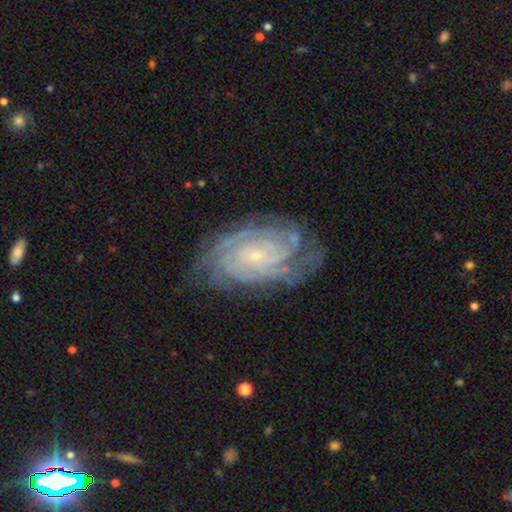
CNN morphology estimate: Smooth or featured: featured or disk — 87% (smooth — 7%)
Edge-on disk: no — 96% (yes — 4%)
Bar: no — 75% (weak — 20%)
Spiral arms: yes — 97% (no — 3%)
Spiral winding: tight — 77% (medium — 19%)
Spiral arm count: can't tell — 27% (4 — 24%)
Bulge size: small — 85% (moderate — 10%)
Merging: none — 74% (minor disturbance — 18%)